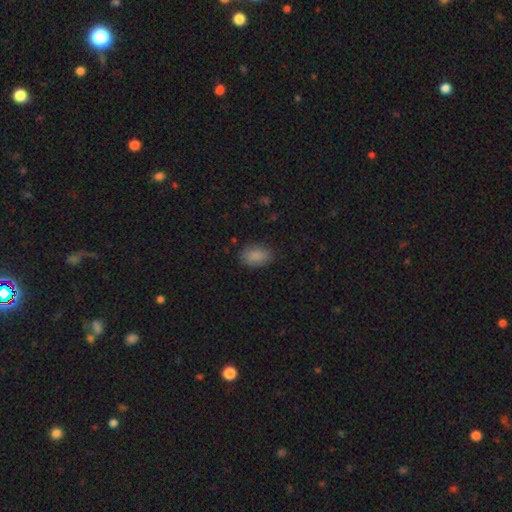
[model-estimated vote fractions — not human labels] Smooth or featured?
  - smooth: 87% *
  - star or artifact: 8%
  - featured or disk: 5%
How rounded?
  - in between: 89% *
  - round: 10%
  - cigar-shaped: 2%
Merging?
  - none: 84% *
  - minor disturbance: 12%
  - major disturbance: 3%
  - merger: 1%